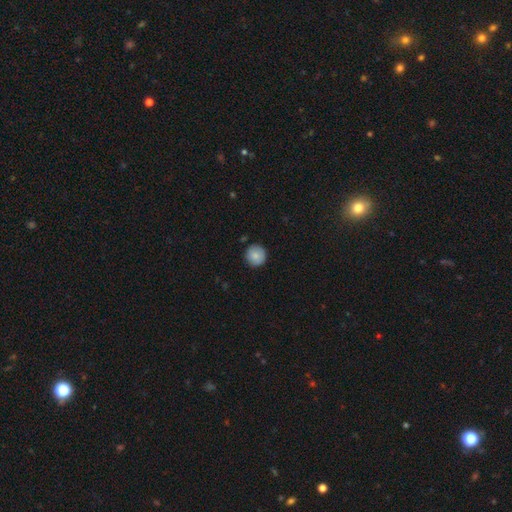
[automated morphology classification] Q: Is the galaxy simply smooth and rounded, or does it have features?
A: smooth — 83%.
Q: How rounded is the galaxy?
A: round — 95%.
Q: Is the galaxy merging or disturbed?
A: none — 87%.